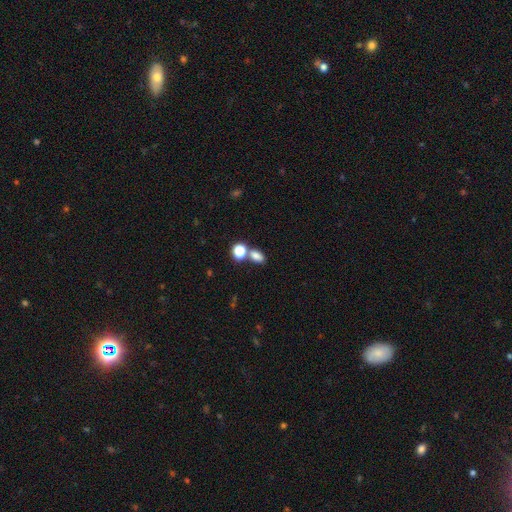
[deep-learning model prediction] smooth_or_featured: smooth (p=0.77) [alt: star or artifact p=0.15]
how_rounded: in between (p=0.76) [alt: round p=0.22]
merging: none (p=0.53) [alt: merger p=0.32]